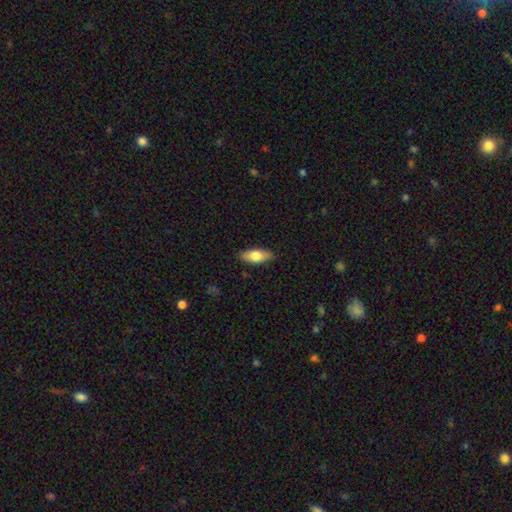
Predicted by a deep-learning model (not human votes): The model was most divided on "smooth or featured": smooth: 73%, featured or disk: 20%, star or artifact: 6%. More confident: merging — none (85%); how rounded — in between (79%).